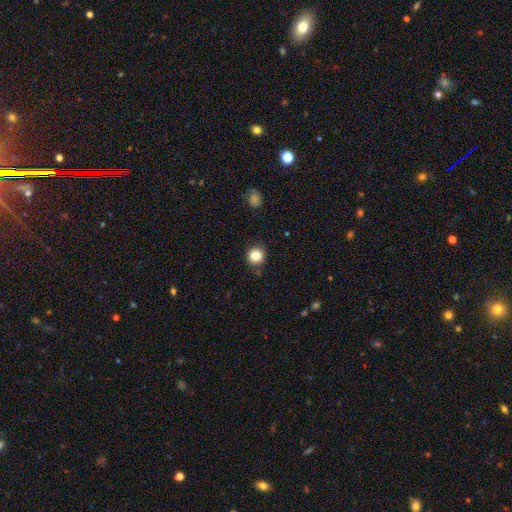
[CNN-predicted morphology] Smooth or featured: smooth — 84% (star or artifact — 11%)
How rounded: round — 91% (in between — 8%)
Merging: none — 85% (minor disturbance — 10%)